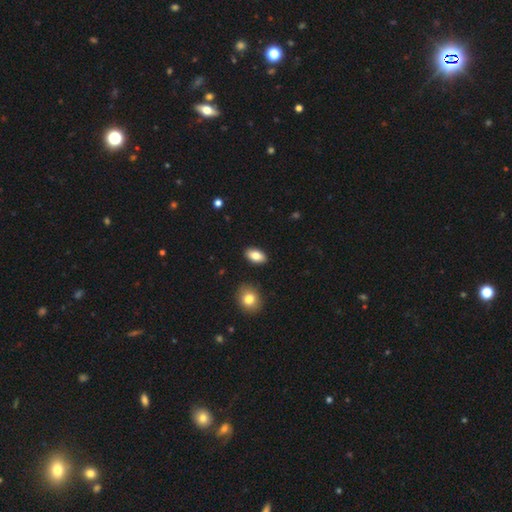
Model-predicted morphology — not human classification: smooth 82%, featured or disk 11%, star or artifact 7%. Down the decision tree: how rounded — in between (92%); merging — none (89%).